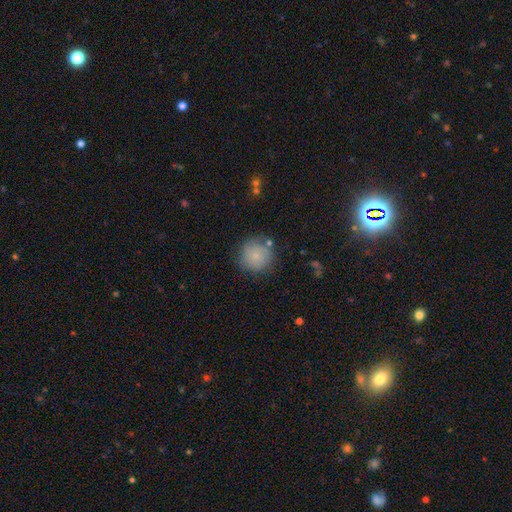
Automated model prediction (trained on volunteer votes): Morphology: type=smooth (79%); roundness=round (94%); merging=none (76%).